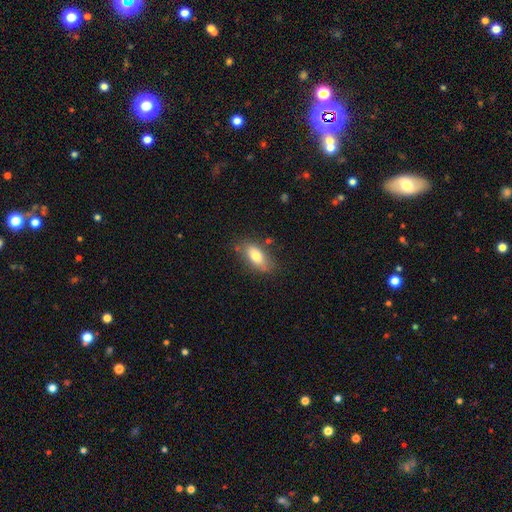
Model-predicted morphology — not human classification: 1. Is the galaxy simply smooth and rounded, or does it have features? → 76% smooth, 17% featured or disk, 7% star or artifact.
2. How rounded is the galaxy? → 86% in between, 10% cigar-shaped, 4% round.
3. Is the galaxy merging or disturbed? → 74% none, 18% minor disturbance, 5% major disturbance, 3% merger.